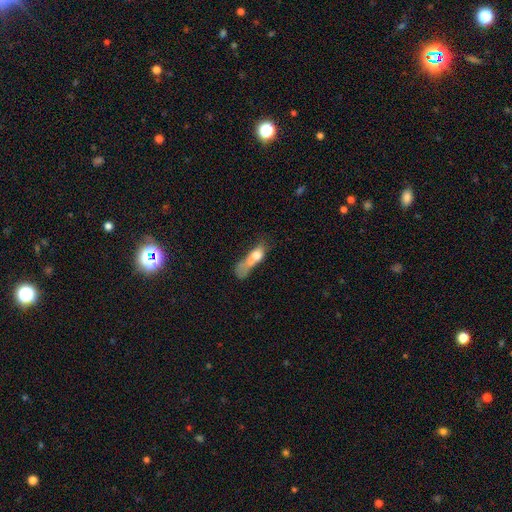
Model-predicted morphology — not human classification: smooth-or-featured: smooth: 61% | featured or disk: 29% | star or artifact: 10%
  how-rounded: in between: 52% | cigar-shaped: 32% | round: 15%
  merging: merger: 42% | major disturbance: 33% | none: 14% | minor disturbance: 12%